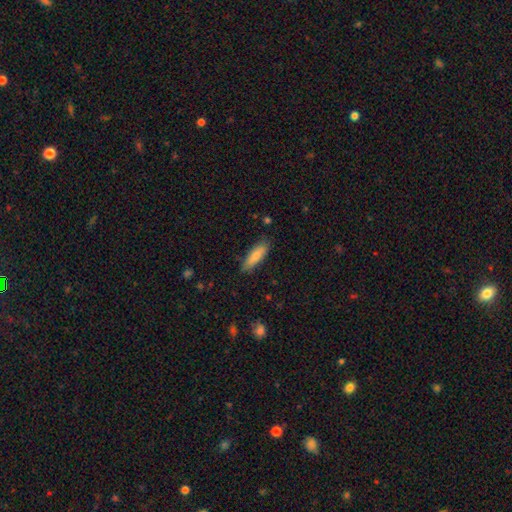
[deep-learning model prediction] Smooth or featured? smooth (80%)
How rounded? cigar-shaped (52%)
Merging? none (82%)